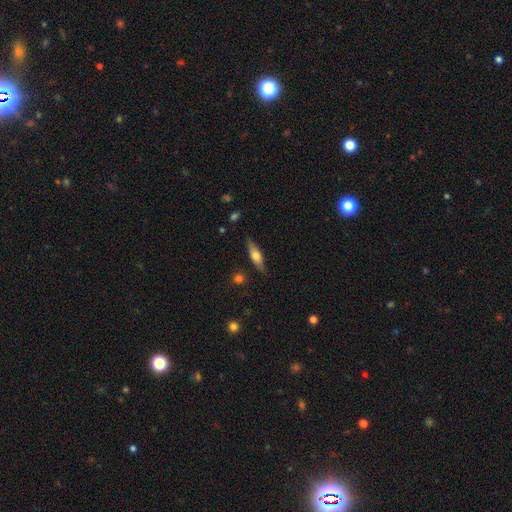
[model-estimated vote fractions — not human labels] Smooth or featured? Predicted: smooth (p=0.49). Merging? Predicted: none (p=0.83).